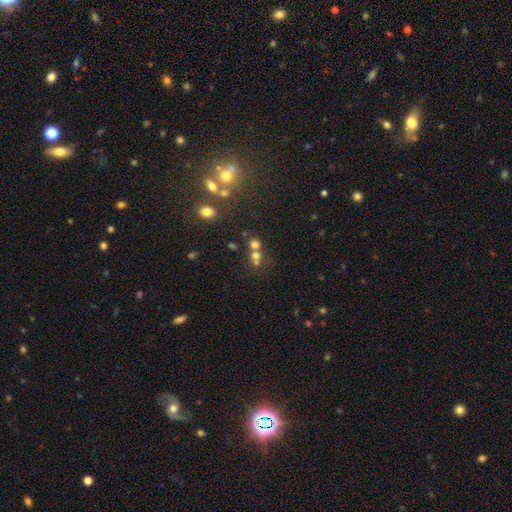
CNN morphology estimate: Smooth or featured? smooth (55%)
How rounded? round (75%)
Merging? none (44%)